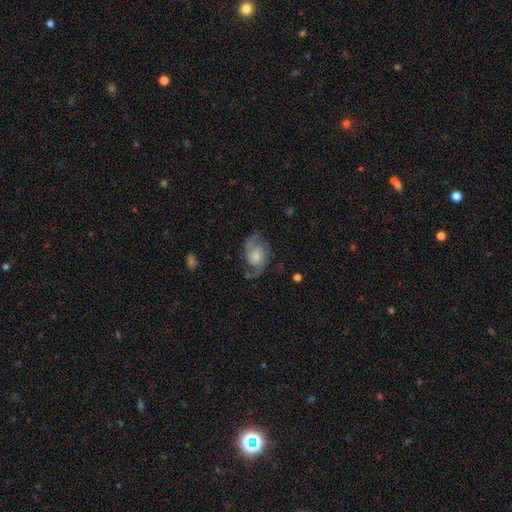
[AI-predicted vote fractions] Q: Smooth or featured?
A: featured or disk (82%); runner-up: smooth (12%)
Q: Edge-on disk?
A: no (97%); runner-up: yes (3%)
Q: Bar?
A: no (62%); runner-up: weak (33%)
Q: Spiral arms?
A: yes (95%); runner-up: no (5%)
Q: Spiral winding?
A: medium (53%); runner-up: loose (28%)
Q: Spiral arm count?
A: 2 (89%); runner-up: can't tell (4%)
Q: Bulge size?
A: moderate (35%); runner-up: large (24%)
Q: Merging?
A: none (69%); runner-up: minor disturbance (18%)